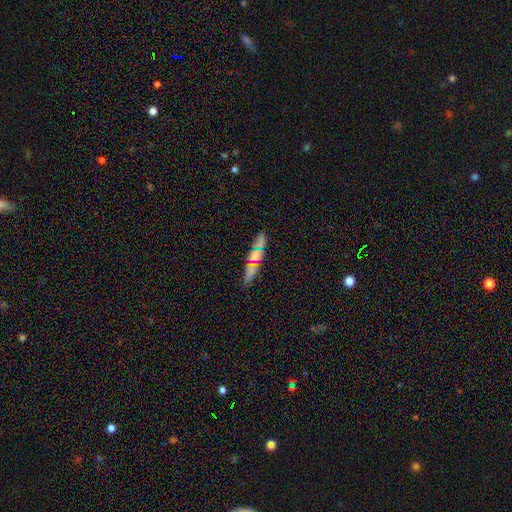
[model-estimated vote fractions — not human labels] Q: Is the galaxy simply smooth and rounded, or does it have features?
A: smooth — 46%.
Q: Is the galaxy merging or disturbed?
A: none — 71%.